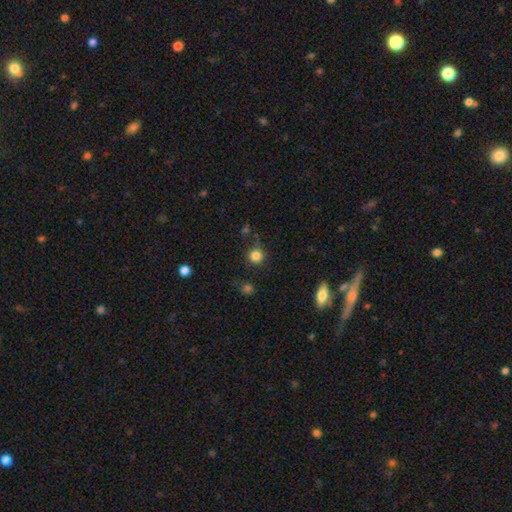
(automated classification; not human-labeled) The model was most divided on "smooth or featured": smooth: 83%, star or artifact: 12%, featured or disk: 5%. More confident: how rounded — round (93%); merging — none (83%).